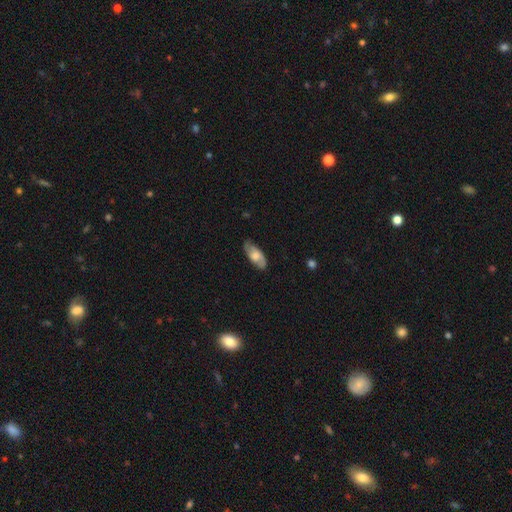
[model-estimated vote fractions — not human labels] Overall: smooth (47%, tied with featured or disk). Merging: none (78%).